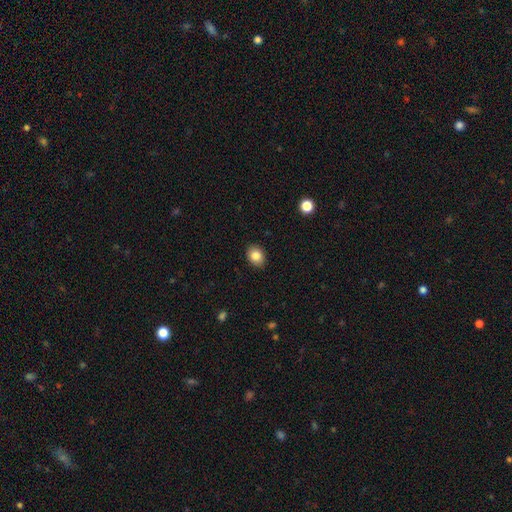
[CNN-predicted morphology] A smooth galaxy with no disk features (85%) that is in between round and cigar-shaped (60%). Merging: none (88%).